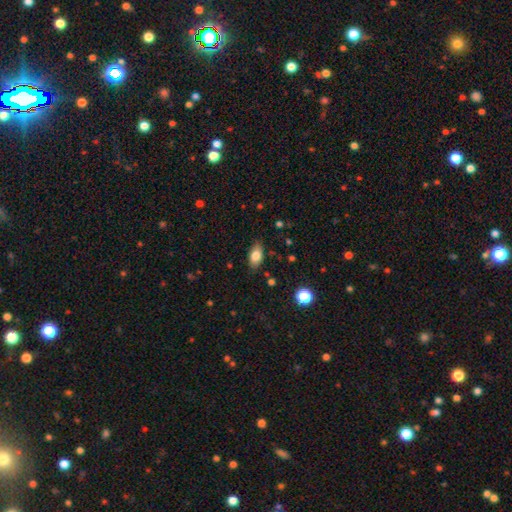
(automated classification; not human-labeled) Morphology: type=smooth (81%); roundness=in between (90%); merging=none (81%).